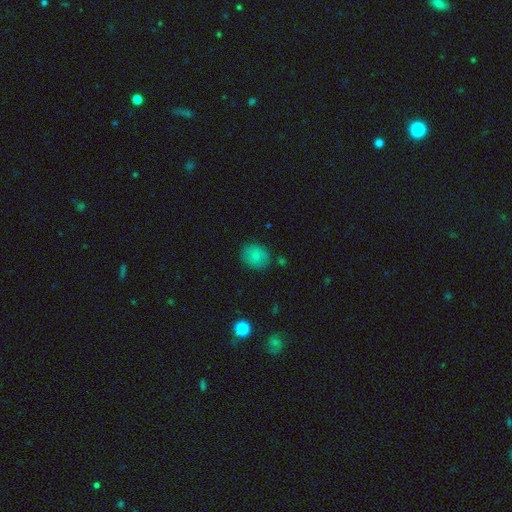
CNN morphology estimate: Smooth or featured? smooth (80%)
How rounded? round (63%)
Merging? none (82%)